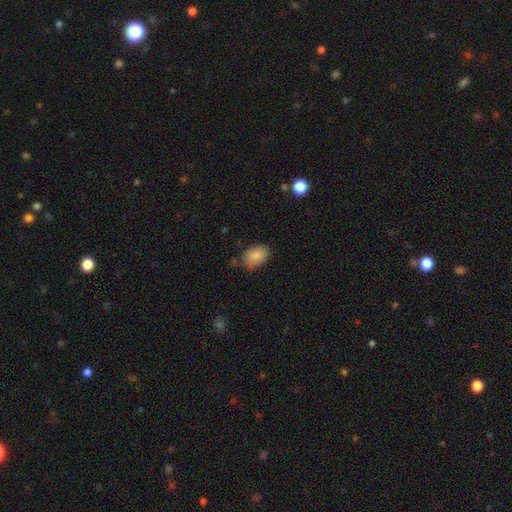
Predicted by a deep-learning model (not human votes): smooth_or_featured: smooth (p=0.87) [alt: star or artifact p=0.07]
how_rounded: in between (p=0.85) [alt: round p=0.14]
merging: none (p=0.72) [alt: minor disturbance p=0.21]